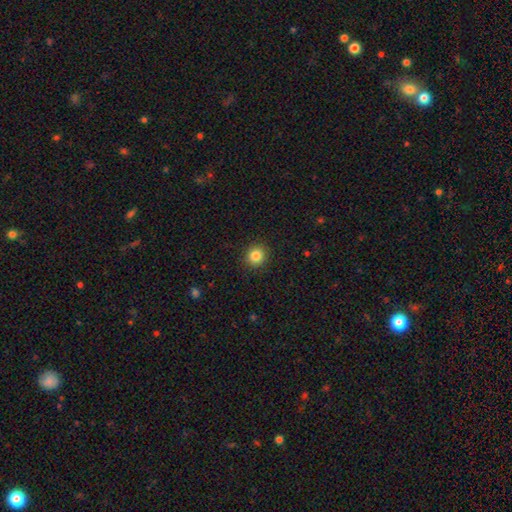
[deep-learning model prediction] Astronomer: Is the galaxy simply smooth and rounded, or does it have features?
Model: smooth — 84%.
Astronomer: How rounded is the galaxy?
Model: round — 86%.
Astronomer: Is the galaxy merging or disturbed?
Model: none — 91%.